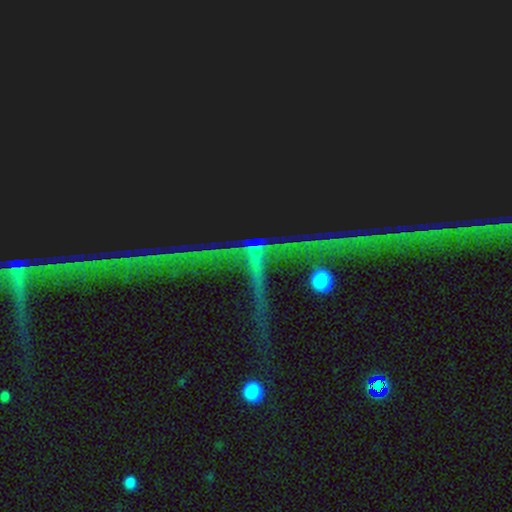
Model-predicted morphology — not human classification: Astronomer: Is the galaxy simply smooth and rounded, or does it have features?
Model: star or artifact — 69%.